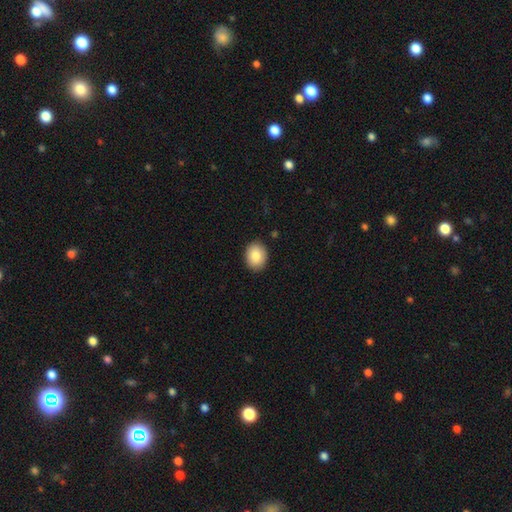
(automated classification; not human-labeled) Overall: smooth (84%). How rounded: in between (57%; round 43%). Merging: none (89%).